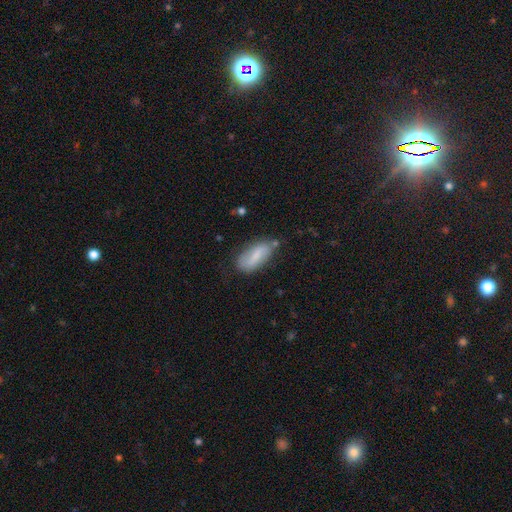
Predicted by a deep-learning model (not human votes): A smooth galaxy with no disk features (70%) that is in between round and cigar-shaped (83%).

Vote fractions:
- Smooth or featured? smooth: 70% / featured or disk: 24% / star or artifact: 7%
- How rounded? in between: 83% / cigar-shaped: 15% / round: 2%
- Merging? none: 66% / minor disturbance: 24% / major disturbance: 6% / merger: 4%